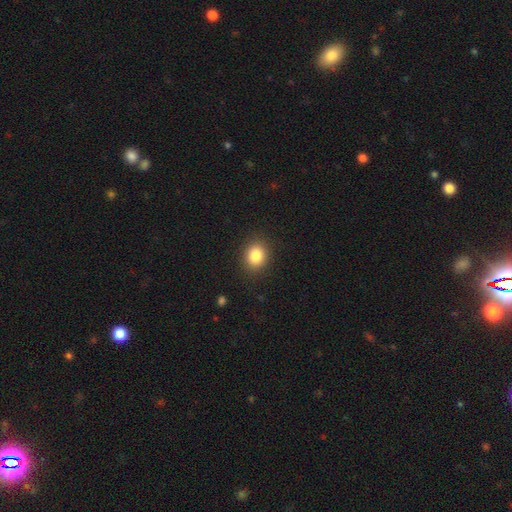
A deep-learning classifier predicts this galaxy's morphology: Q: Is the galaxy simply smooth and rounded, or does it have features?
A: smooth — 84%.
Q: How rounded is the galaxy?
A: round — 61%.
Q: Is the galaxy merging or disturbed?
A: none — 88%.